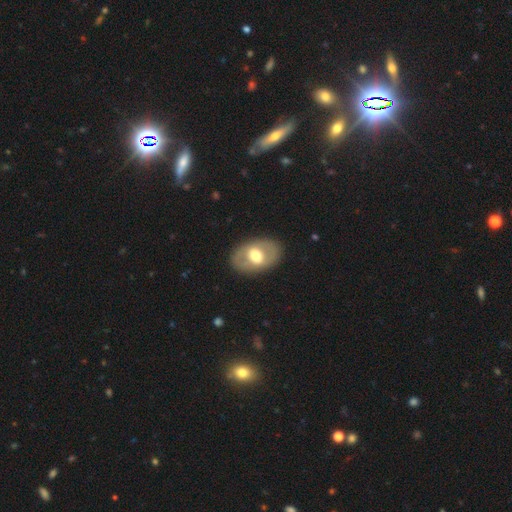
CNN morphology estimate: Smooth or featured?
  - featured or disk: 48% *
  - smooth: 46%
  - star or artifact: 6%
Merging?
  - none: 85% *
  - minor disturbance: 10%
  - major disturbance: 4%
  - merger: 1%